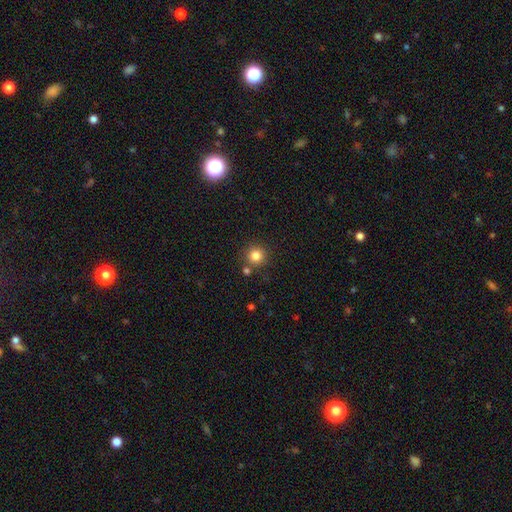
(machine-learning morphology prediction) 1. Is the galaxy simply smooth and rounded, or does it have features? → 82% smooth, 12% star or artifact, 5% featured or disk.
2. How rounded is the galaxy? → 95% round, 5% in between, 1% cigar-shaped.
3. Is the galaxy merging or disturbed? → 81% none, 9% merger, 7% minor disturbance, 3% major disturbance.